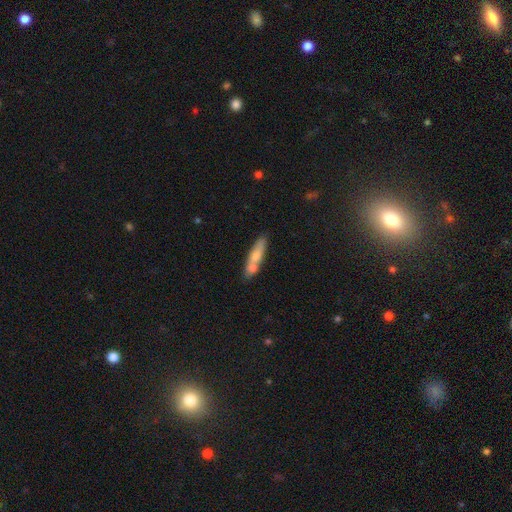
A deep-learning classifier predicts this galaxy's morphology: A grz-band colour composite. It shows a smooth galaxy with no disk features (63%) that is cigar-shaped (69%). Merging: none (49%).